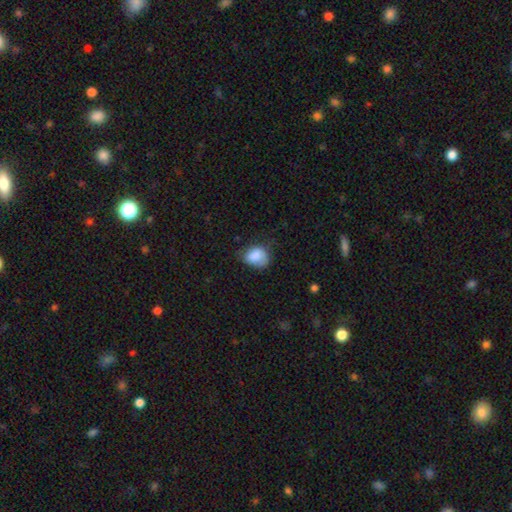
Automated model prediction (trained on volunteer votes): Smooth or featured?
  - smooth: 84% *
  - star or artifact: 8%
  - featured or disk: 8%
How rounded?
  - in between: 62% *
  - round: 37%
  - cigar-shaped: 1%
Merging?
  - none: 49% *
  - minor disturbance: 37%
  - major disturbance: 12%
  - merger: 2%